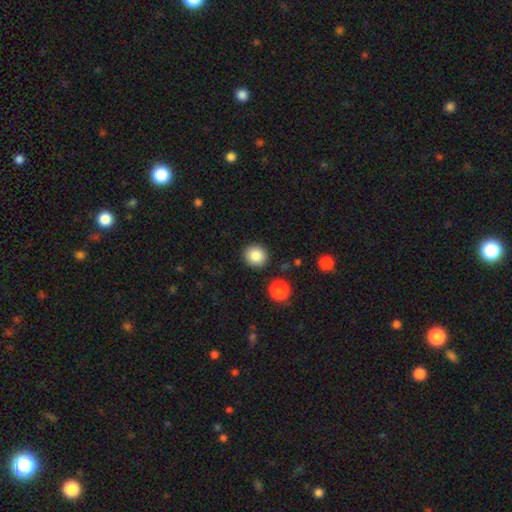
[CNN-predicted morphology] This is clearly a smooth galaxy (86%). How rounded: clearly round (89%). Merging: clearly none (90%).